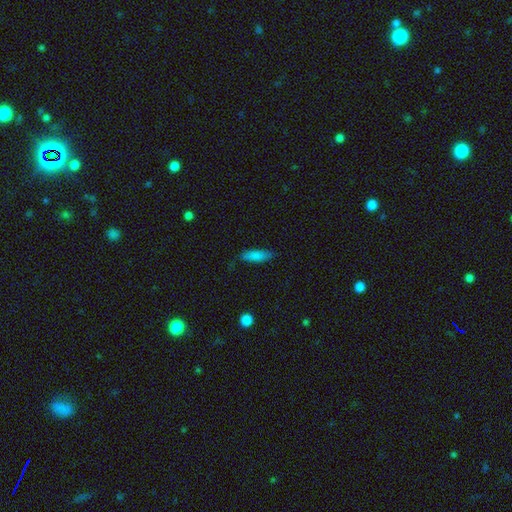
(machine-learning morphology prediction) smooth_or_featured: smooth (p=0.84) [alt: featured or disk p=0.09]
how_rounded: in between (p=0.49) [tied with: cigar-shaped p=0.49]
merging: none (p=0.79) [alt: minor disturbance p=0.16]